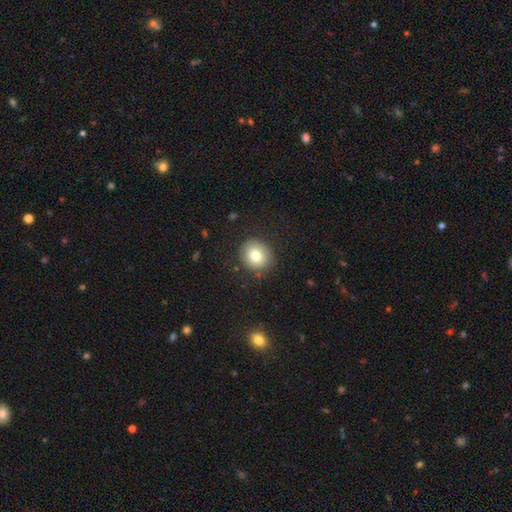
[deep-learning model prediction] Overall: smooth (76%). How rounded: round (82%). Merging: none (86%).